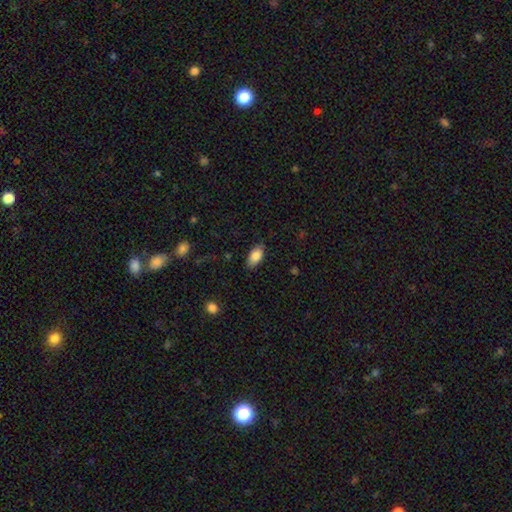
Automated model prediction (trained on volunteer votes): Smooth or featured: smooth — 86% (featured or disk — 7%)
How rounded: in between — 92% (cigar-shaped — 4%)
Merging: none — 83% (minor disturbance — 13%)